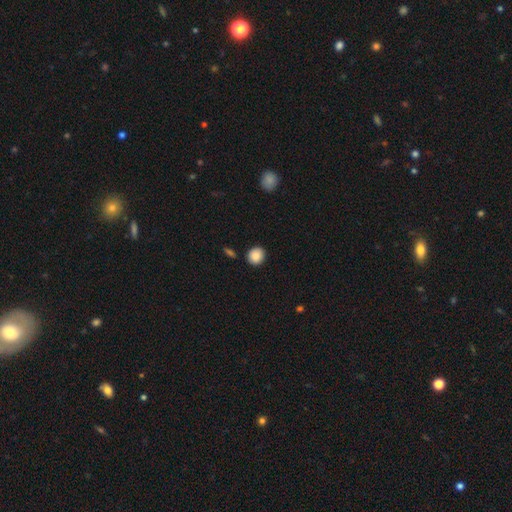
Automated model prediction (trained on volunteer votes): Smooth or featured? smooth (88%)
How rounded? round (82%)
Merging? none (87%)